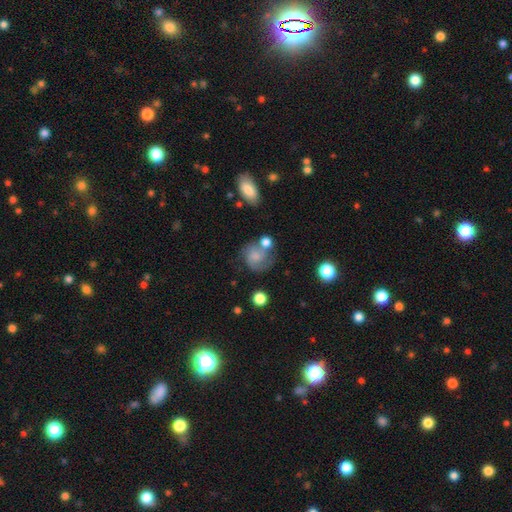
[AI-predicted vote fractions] Morphology: type=smooth (48%); merging=none (46%).